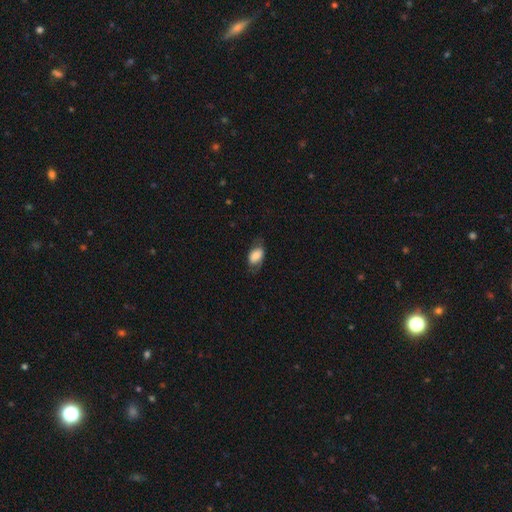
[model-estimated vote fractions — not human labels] Morphology: type=smooth (74%); roundness=in between (88%); merging=none (63%).